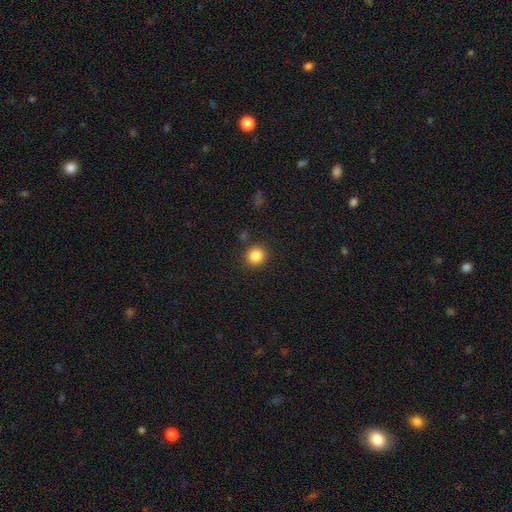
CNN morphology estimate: The model was most divided on "smooth or featured": smooth: 85%, star or artifact: 11%, featured or disk: 4%. More confident: how rounded — round (89%); merging — none (89%).